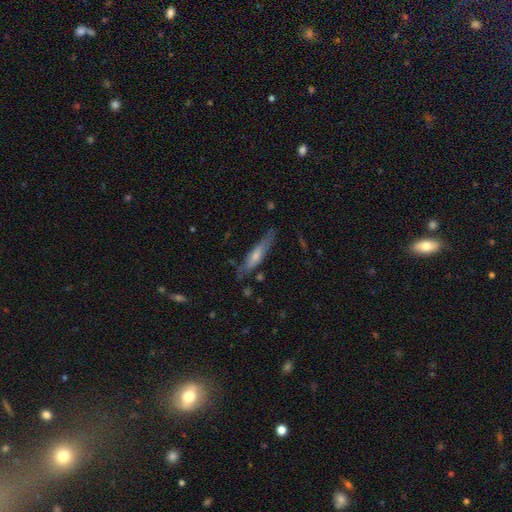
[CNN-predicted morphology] Overall: smooth (48%; featured or disk 46%). Merging: none (74%).